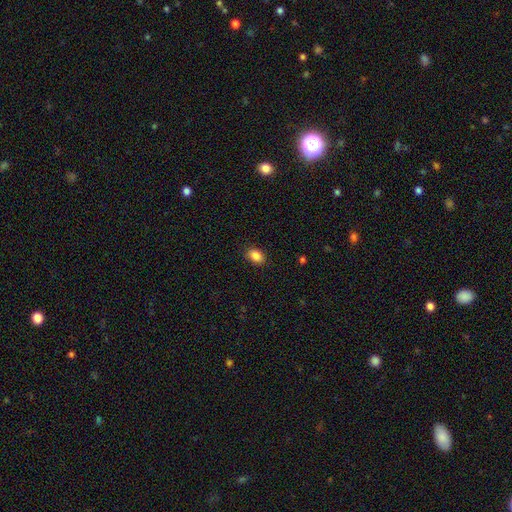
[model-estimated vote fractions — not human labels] A smooth galaxy with no disk features (87%) that is in between round and cigar-shaped (77%). Merging: none (87%).